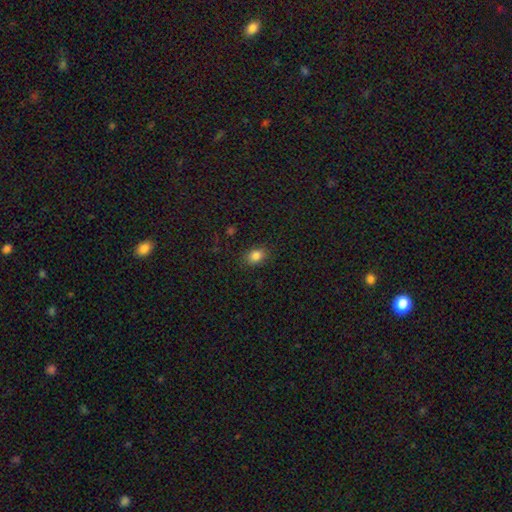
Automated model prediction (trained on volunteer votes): Smooth or featured: smooth — 84% (star or artifact — 12%)
How rounded: in between — 67% (round — 32%)
Merging: none — 85% (minor disturbance — 11%)